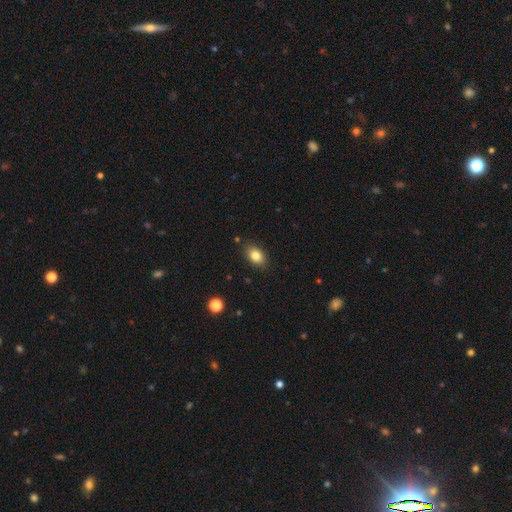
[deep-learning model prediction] Smooth or featured? smooth (83%)
How rounded? in between (84%)
Merging? none (86%)